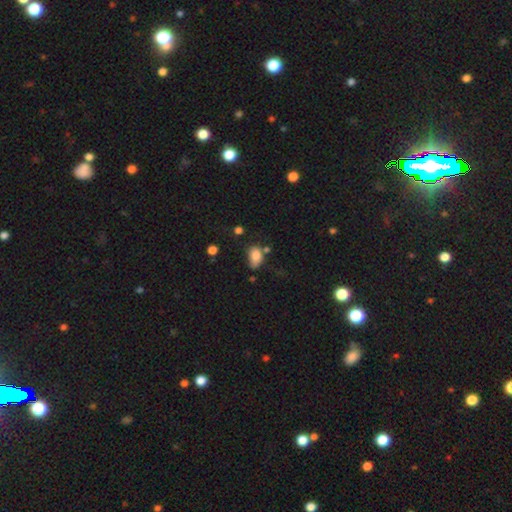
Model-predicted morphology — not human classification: Smooth or featured? smooth (80%)
How rounded? in between (83%)
Merging? none (41%)